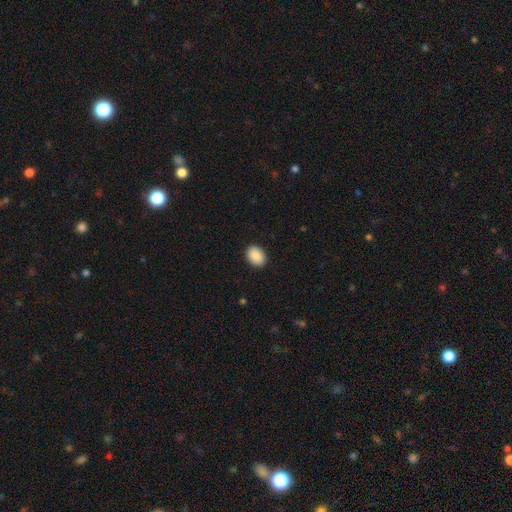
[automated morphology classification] Smooth or featured? Predicted: smooth (p=0.90). How rounded? Predicted: in between (p=0.70). Merging? Predicted: none (p=0.91).